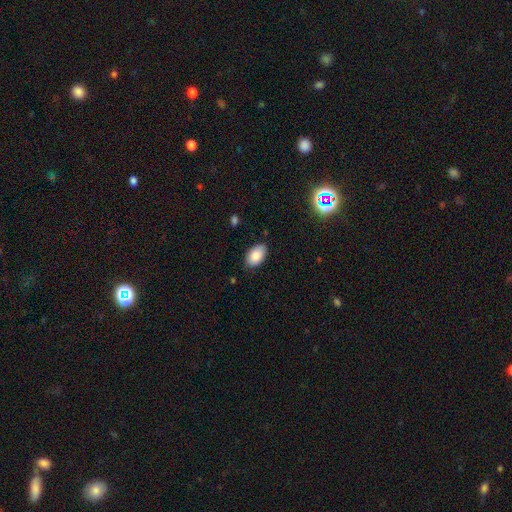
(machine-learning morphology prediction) Q: Smooth or featured?
A: smooth (86%); runner-up: star or artifact (7%)
Q: How rounded?
A: in between (92%); runner-up: round (7%)
Q: Merging?
A: none (82%); runner-up: minor disturbance (14%)